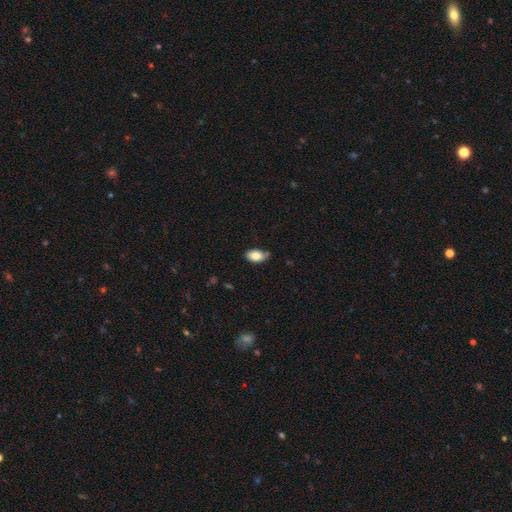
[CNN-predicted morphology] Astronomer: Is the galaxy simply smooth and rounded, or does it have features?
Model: smooth — 82%.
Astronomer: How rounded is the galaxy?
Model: in between — 93%.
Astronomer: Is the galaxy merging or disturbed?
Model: none — 68%.